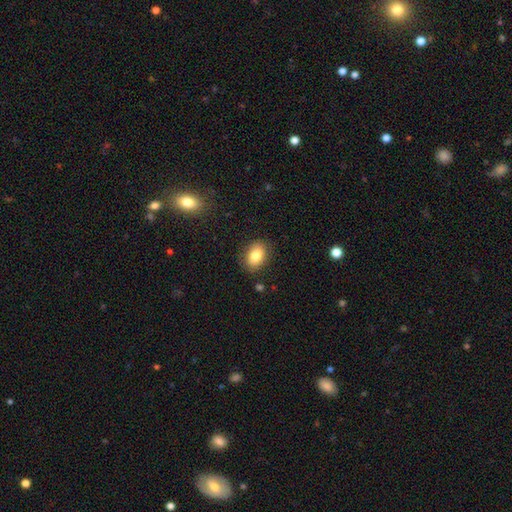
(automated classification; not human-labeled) A smooth galaxy with no disk features (81%) that is in between round and cigar-shaped (78%).

Vote fractions:
- Smooth or featured? smooth: 81% / featured or disk: 11% / star or artifact: 9%
- How rounded? in between: 78% / round: 21% / cigar-shaped: 1%
- Merging? none: 85% / minor disturbance: 11% / major disturbance: 3% / merger: 2%